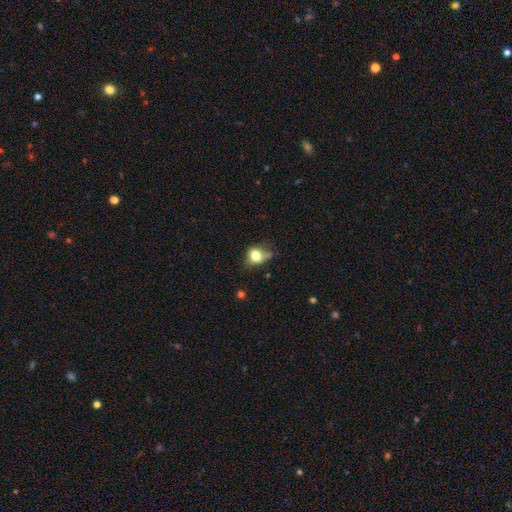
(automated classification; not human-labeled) Q: Smooth or featured?
A: smooth (74%); runner-up: featured or disk (15%)
Q: How rounded?
A: round (57%); runner-up: in between (42%)
Q: Merging?
A: none (41%); runner-up: minor disturbance (35%)